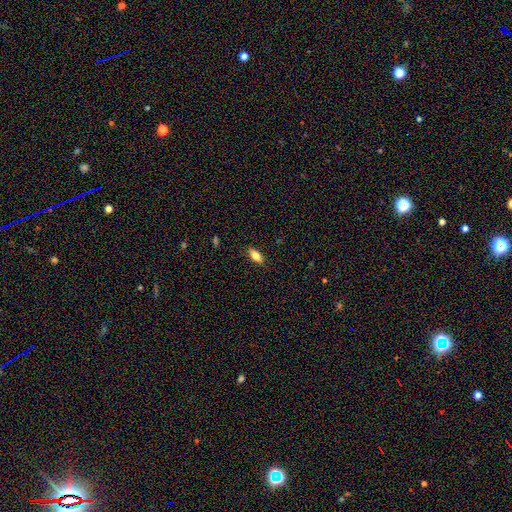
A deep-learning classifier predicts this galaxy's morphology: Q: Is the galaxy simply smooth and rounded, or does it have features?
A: smooth — 78%.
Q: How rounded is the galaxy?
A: in between — 85%.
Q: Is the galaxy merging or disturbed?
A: none — 87%.